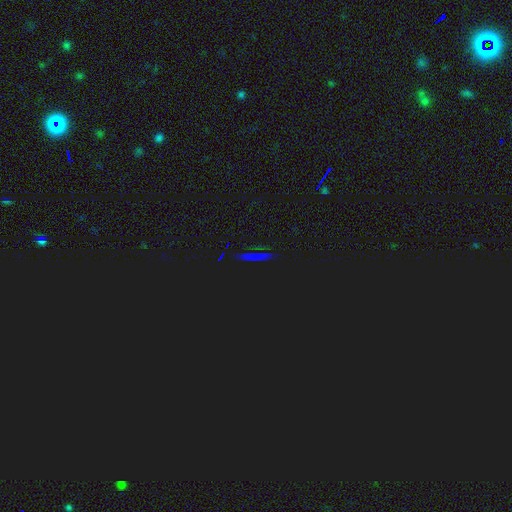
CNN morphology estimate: Overall: star or artifact (67%).